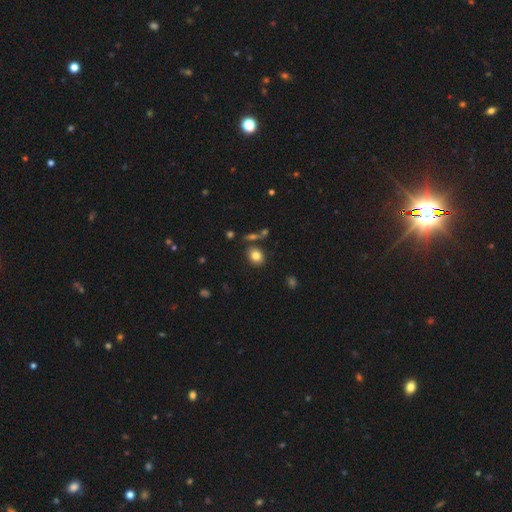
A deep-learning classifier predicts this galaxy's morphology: smooth_or_featured: smooth (p=0.80) [alt: star or artifact p=0.11]
how_rounded: in between (p=0.53) [alt: round p=0.45]
merging: none (p=0.78) [alt: minor disturbance p=0.10]